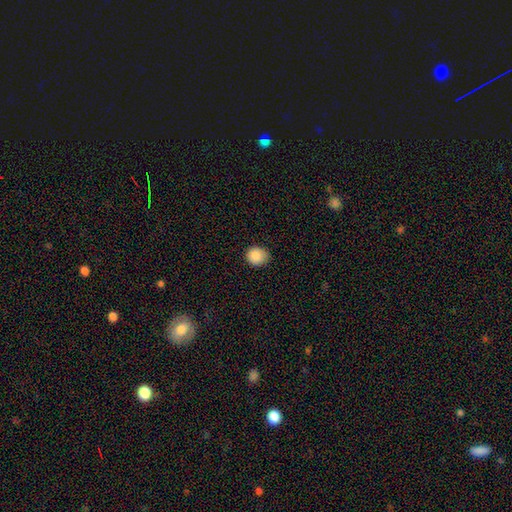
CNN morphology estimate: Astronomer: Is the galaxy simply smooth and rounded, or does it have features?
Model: smooth — 88%.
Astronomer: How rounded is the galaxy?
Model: round — 84%.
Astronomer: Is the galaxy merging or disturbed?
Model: none — 81%.